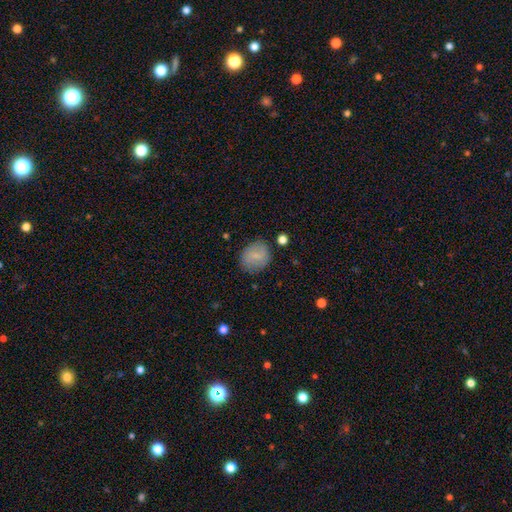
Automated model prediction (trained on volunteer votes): smooth_or_featured: smooth (p=0.68) [alt: featured or disk p=0.23]
how_rounded: round (p=0.69) [alt: in between p=0.30]
merging: none (p=0.78) [alt: minor disturbance p=0.15]